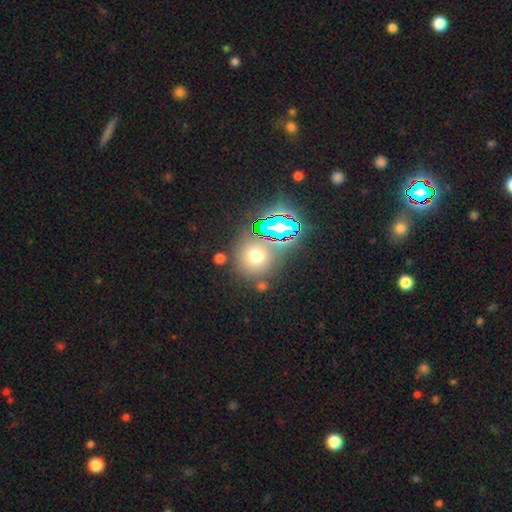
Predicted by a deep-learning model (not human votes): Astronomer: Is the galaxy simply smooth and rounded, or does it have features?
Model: smooth — 59%.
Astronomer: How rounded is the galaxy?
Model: round — 90%.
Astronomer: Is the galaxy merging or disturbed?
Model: none — 76%.